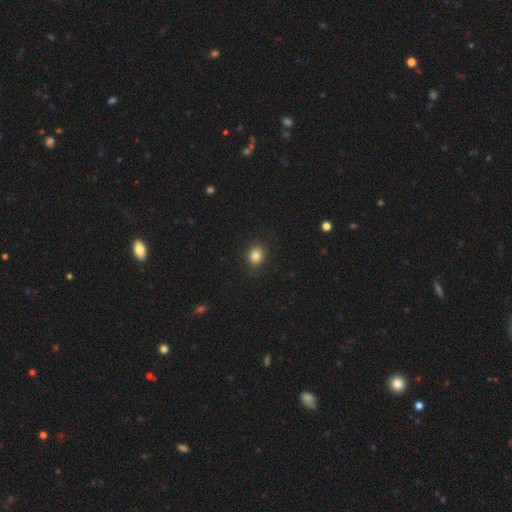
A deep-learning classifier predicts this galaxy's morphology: This appears to be a smooth galaxy with no disk features (84%) that is round (58%). Merging: none (88%).